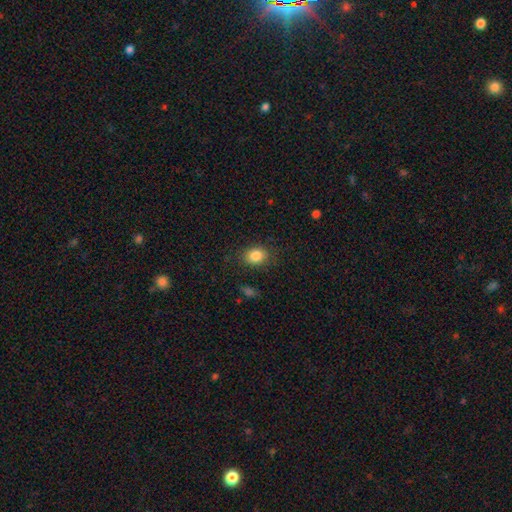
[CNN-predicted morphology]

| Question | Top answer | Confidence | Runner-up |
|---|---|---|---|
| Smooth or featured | smooth | 85% | star or artifact (10%) |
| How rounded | in between | 51% | round (48%) |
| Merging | none | 84% | minor disturbance (11%) |